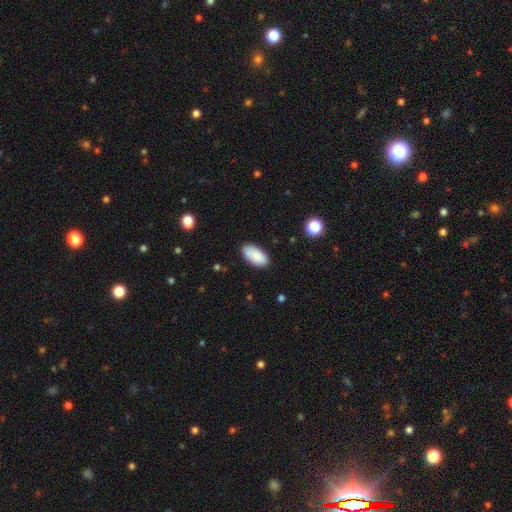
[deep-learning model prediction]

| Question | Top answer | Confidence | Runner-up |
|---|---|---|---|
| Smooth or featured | smooth | 88% | star or artifact (7%) |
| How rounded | in between | 94% | cigar-shaped (4%) |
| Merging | none | 82% | minor disturbance (13%) |